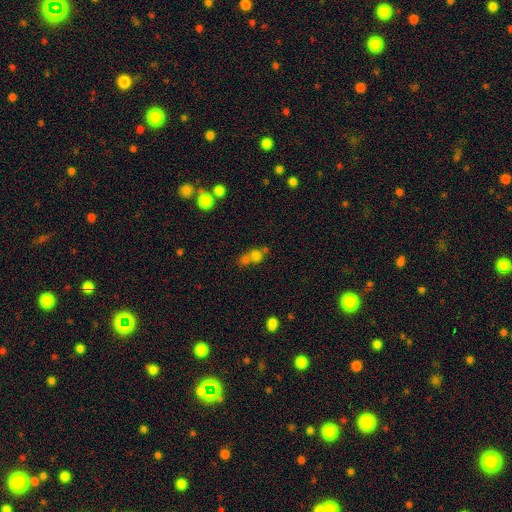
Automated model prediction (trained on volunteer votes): This appears to be a smooth galaxy with no disk features (72%) that is round (72%). Merging: merger (53%).